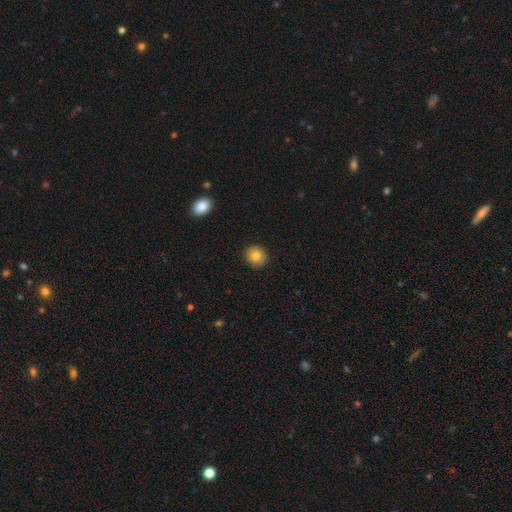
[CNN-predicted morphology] Smooth or featured? smooth (83%)
How rounded? round (81%)
Merging? none (90%)